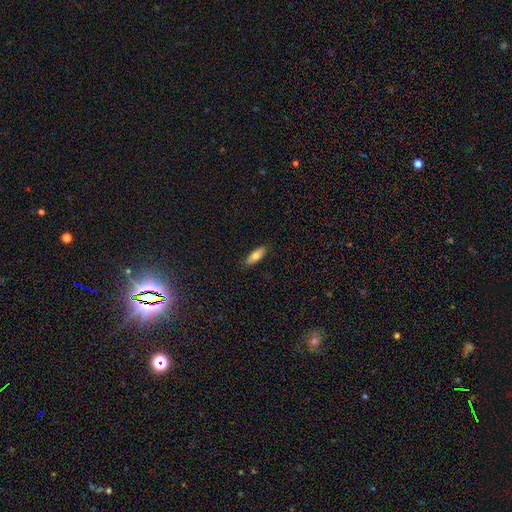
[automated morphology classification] smooth-or-featured: smooth: 75% | featured or disk: 18% | star or artifact: 6%
  how-rounded: in between: 68% | cigar-shaped: 30% | round: 2%
  merging: none: 87% | minor disturbance: 11% | major disturbance: 2% | merger: 1%